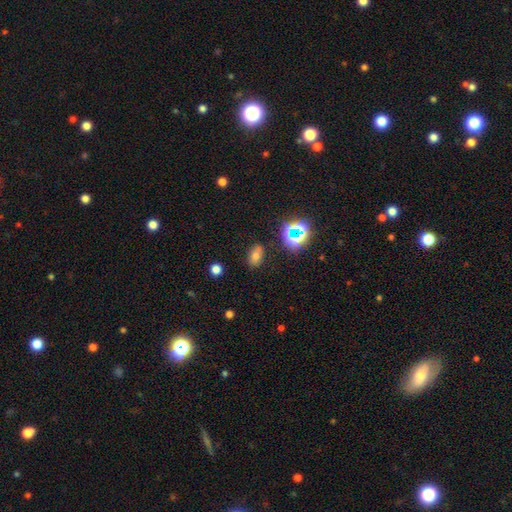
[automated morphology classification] Overall: smooth (63%; star or artifact 23%). How rounded: in between (82%). Merging: none (81%).